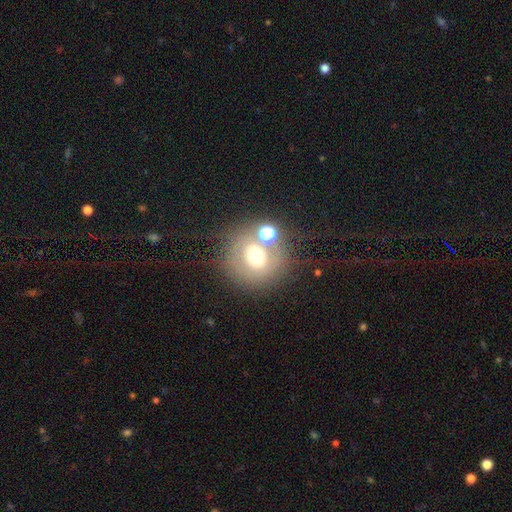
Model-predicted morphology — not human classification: The model was most divided on "smooth or featured": smooth: 50%, featured or disk: 31%, star or artifact: 19%. More confident: merging — none (57%).